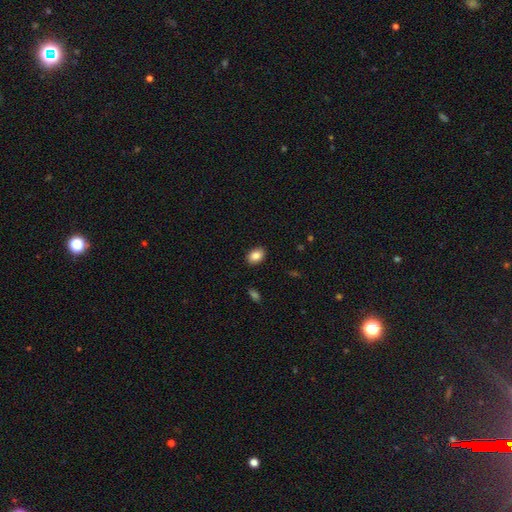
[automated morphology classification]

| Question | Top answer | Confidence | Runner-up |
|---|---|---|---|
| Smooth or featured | smooth | 86% | star or artifact (8%) |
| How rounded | in between | 79% | round (20%) |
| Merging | none | 89% | minor disturbance (8%) |